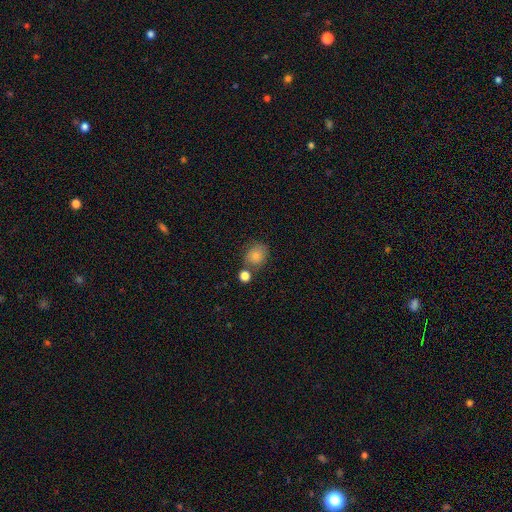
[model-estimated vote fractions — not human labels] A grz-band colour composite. It shows a smooth galaxy with no disk features (81%) that is round (65%). Merging: none (62%).